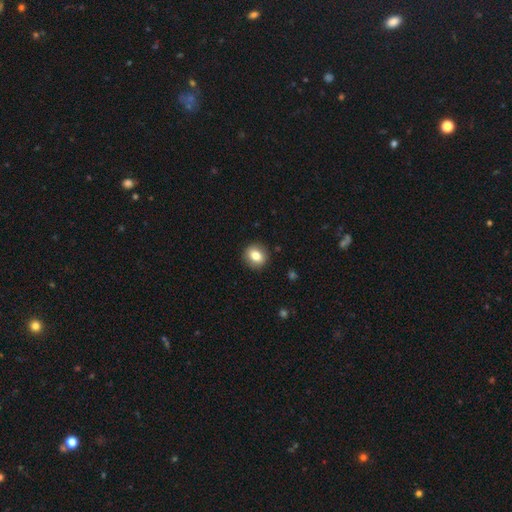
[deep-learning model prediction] Smooth or featured? Predicted: smooth (p=0.80). How rounded? Predicted: round (p=0.74). Merging? Predicted: none (p=0.90).